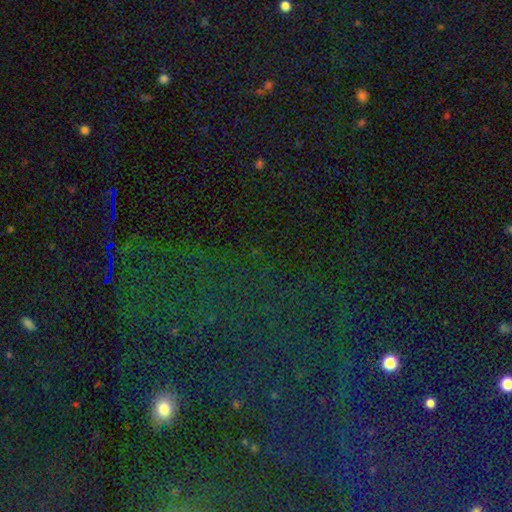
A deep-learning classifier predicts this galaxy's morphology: This appears to be a star or artifact, not a galaxy (80%).